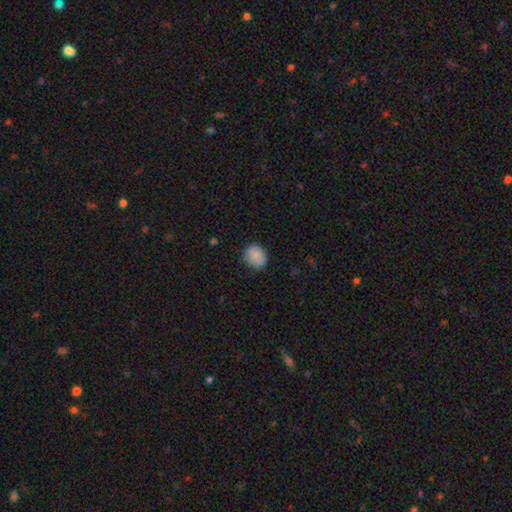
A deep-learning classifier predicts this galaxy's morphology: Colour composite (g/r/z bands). It shows a smooth galaxy with no disk features (77%) that is round (66%). Merging: none (75%).